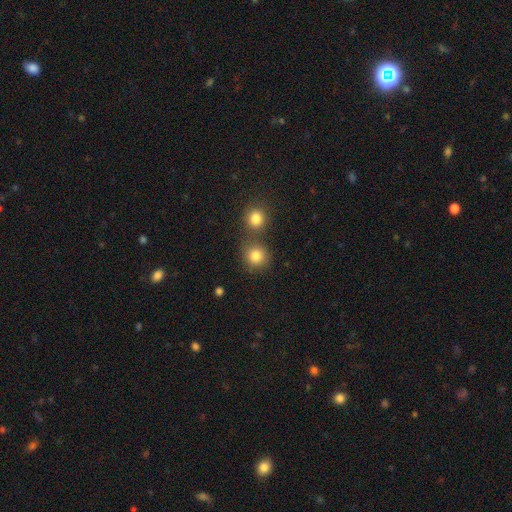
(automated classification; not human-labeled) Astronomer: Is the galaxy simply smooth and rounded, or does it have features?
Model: smooth — 83%.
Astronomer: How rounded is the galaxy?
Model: round — 88%.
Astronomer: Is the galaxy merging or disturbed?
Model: none — 63%.